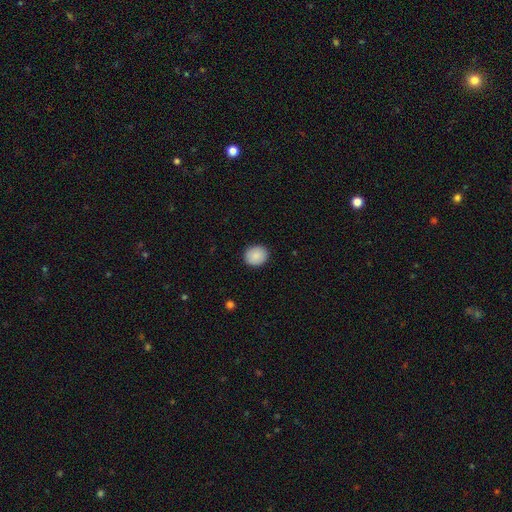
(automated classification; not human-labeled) Smooth or featured? Predicted: smooth (p=0.89). How rounded? Predicted: round (p=0.72). Merging? Predicted: none (p=0.90).